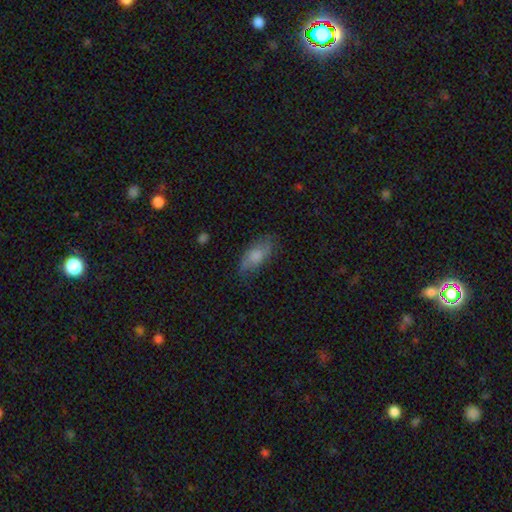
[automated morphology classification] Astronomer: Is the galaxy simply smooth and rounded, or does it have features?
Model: smooth — 67%.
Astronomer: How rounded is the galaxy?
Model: in between — 80%.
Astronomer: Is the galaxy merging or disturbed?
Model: none — 76%.